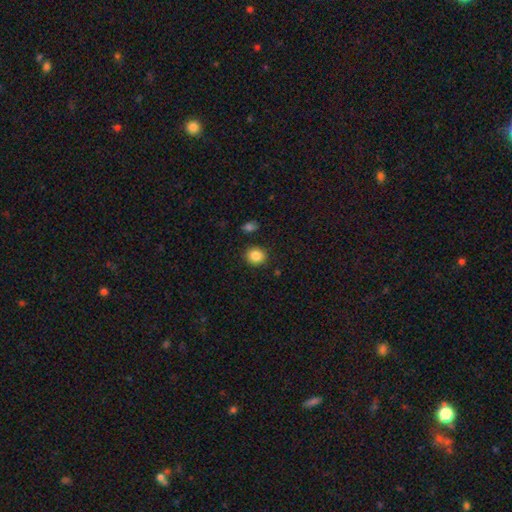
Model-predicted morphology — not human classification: smooth-or-featured: smooth: 87% | star or artifact: 9% | featured or disk: 4%
  how-rounded: round: 78% | in between: 21% | cigar-shaped: 1%
  merging: none: 87% | minor disturbance: 8% | major disturbance: 2% | merger: 2%